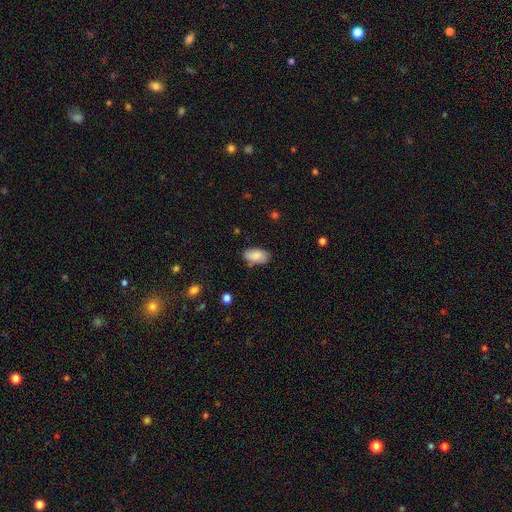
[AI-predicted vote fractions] smooth_or_featured: smooth (p=0.86) [alt: featured or disk p=0.08]
how_rounded: in between (p=0.94) [alt: round p=0.03]
merging: none (p=0.77) [alt: minor disturbance p=0.17]